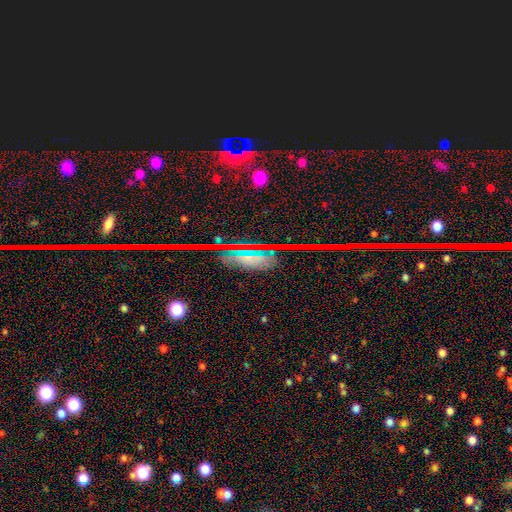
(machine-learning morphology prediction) Smooth or featured?
  - star or artifact: 45% *
  - smooth: 32%
  - featured or disk: 23%